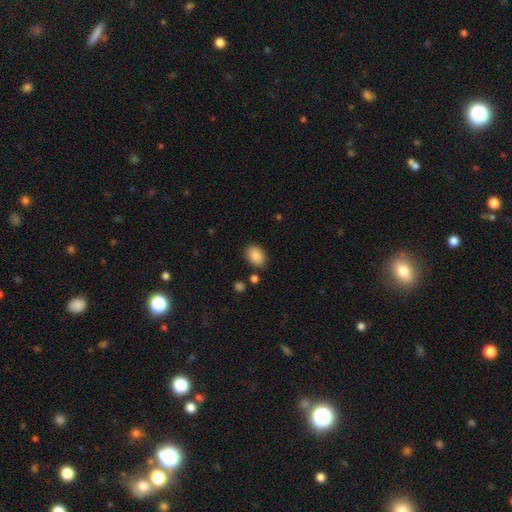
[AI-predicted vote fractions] Q: Smooth or featured?
A: smooth (88%); runner-up: star or artifact (8%)
Q: How rounded?
A: in between (76%); runner-up: round (23%)
Q: Merging?
A: none (84%); runner-up: minor disturbance (10%)